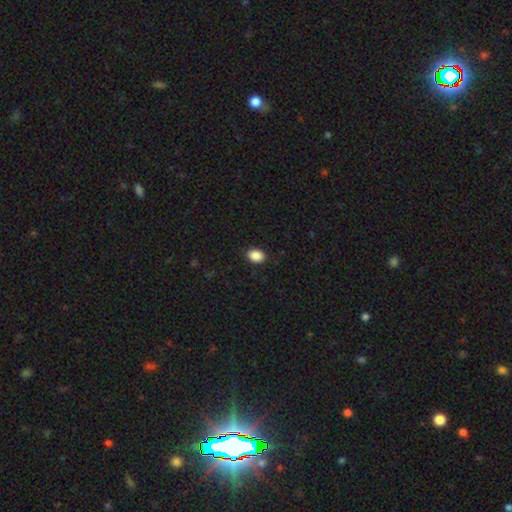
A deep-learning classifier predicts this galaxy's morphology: type=smooth (89%); roundness=in between (74%); merging=none (90%).